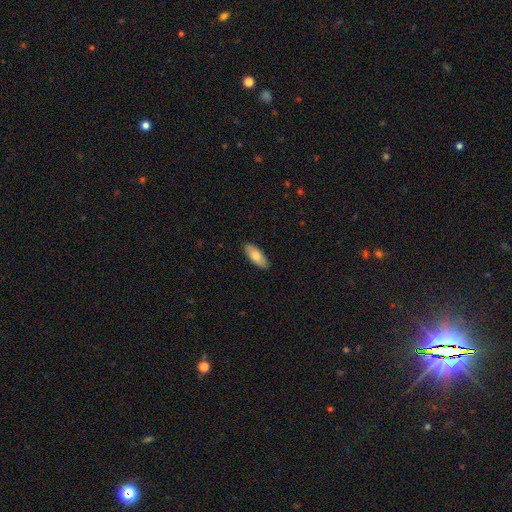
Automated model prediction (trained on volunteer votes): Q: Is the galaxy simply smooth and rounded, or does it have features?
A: smooth — 78%.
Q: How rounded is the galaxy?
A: in between — 80%.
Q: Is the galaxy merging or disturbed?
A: none — 89%.